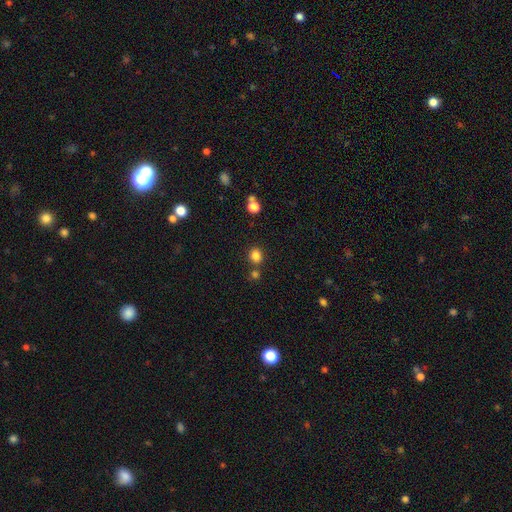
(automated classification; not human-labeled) Smooth or featured? Predicted: smooth (p=0.83). How rounded? Predicted: round (p=0.73). Merging? Predicted: none (p=0.75).